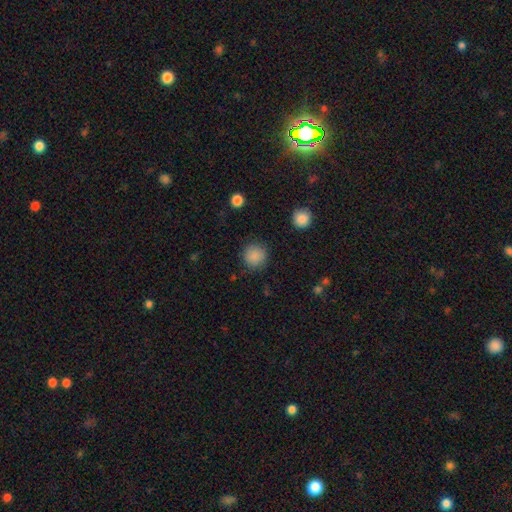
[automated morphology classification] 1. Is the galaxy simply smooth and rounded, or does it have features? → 86% smooth, 10% star or artifact, 4% featured or disk.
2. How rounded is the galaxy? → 93% round, 6% in between, 1% cigar-shaped.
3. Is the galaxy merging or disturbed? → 87% none, 9% minor disturbance, 3% major disturbance, 1% merger.